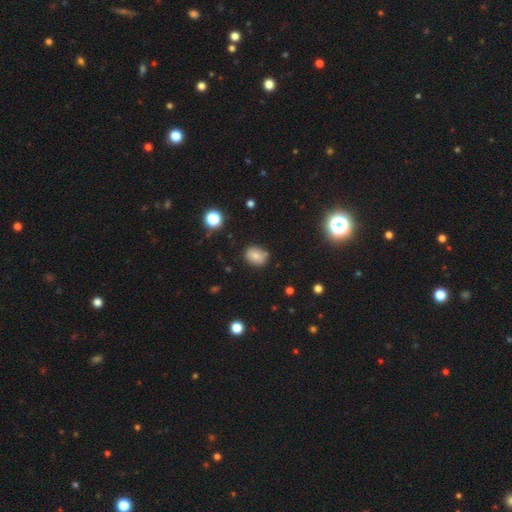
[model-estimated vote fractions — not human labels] Morphology: type=smooth (75%); roundness=in between (53%); merging=none (76%).